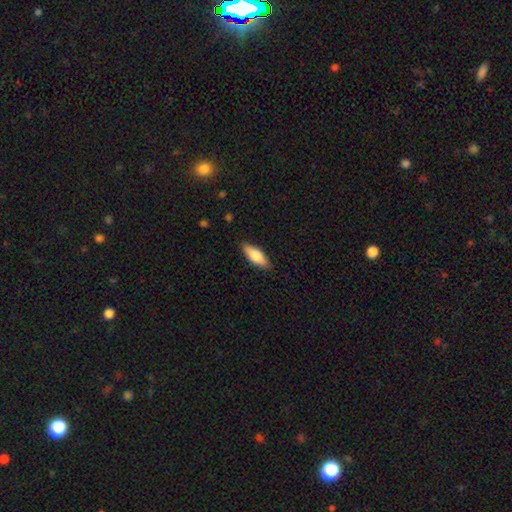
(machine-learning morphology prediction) Smooth or featured? Predicted: smooth (p=0.75). How rounded? Predicted: in between (p=0.70). Merging? Predicted: none (p=0.87).